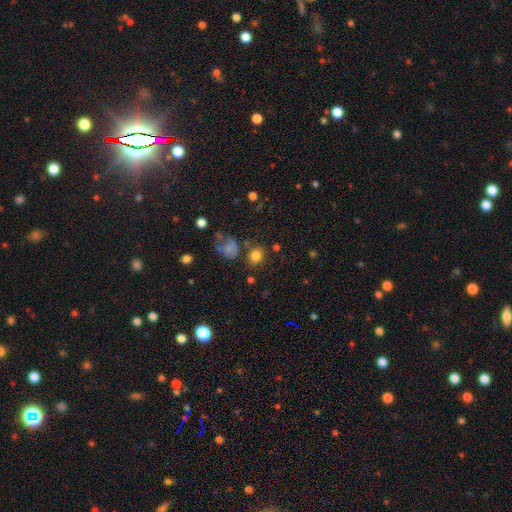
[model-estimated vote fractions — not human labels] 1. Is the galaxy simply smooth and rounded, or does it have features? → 80% smooth, 13% star or artifact, 7% featured or disk.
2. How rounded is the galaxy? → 66% round, 32% in between, 1% cigar-shaped.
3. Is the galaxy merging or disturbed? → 75% none, 12% minor disturbance, 8% merger, 5% major disturbance.